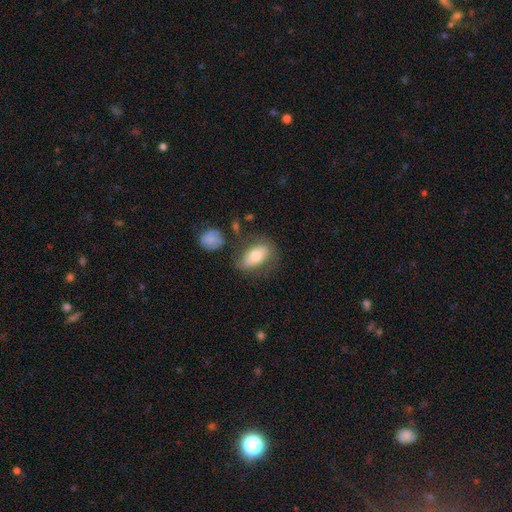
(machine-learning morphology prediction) smooth 67%, featured or disk 27%, star or artifact 7%. Down the decision tree: how rounded — in between (89%); merging — none (63%).